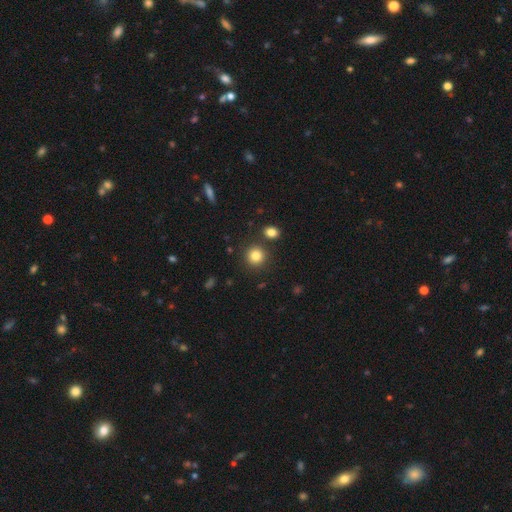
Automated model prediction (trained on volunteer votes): Smooth or featured? Predicted: smooth (p=0.83). How rounded? Predicted: round (p=0.91). Merging? Predicted: none (p=0.84).